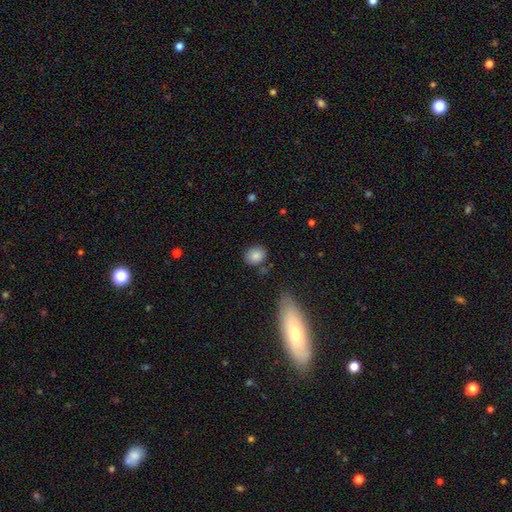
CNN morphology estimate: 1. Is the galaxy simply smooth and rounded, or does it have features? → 84% smooth, 9% star or artifact, 7% featured or disk.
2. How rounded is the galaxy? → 55% round, 44% in between, 1% cigar-shaped.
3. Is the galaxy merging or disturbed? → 78% none, 13% minor disturbance, 5% merger, 4% major disturbance.